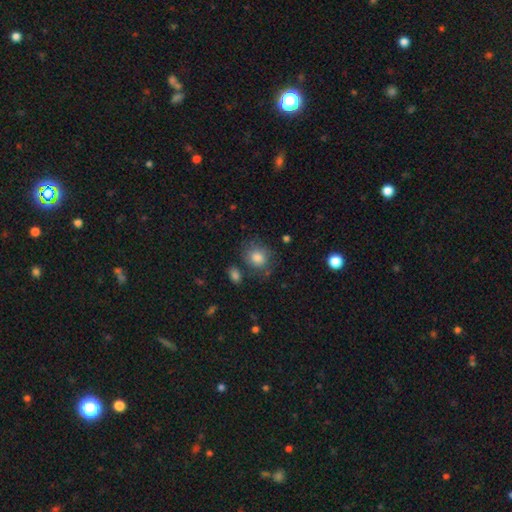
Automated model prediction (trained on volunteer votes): smooth-or-featured: smooth: 75% | star or artifact: 14% | featured or disk: 11%
  how-rounded: round: 76% | in between: 23% | cigar-shaped: 1%
  merging: none: 74% | minor disturbance: 15% | major disturbance: 5% | merger: 5%